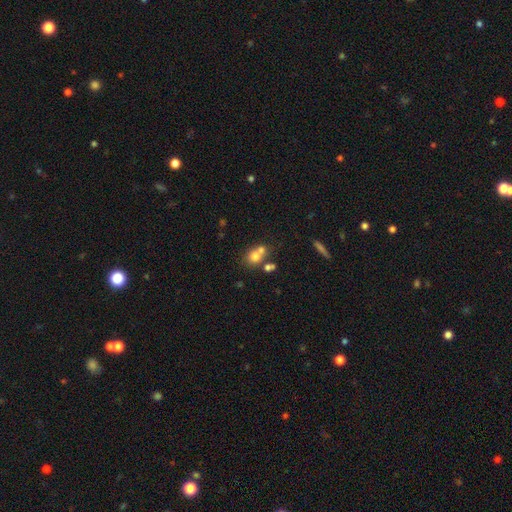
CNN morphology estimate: smooth 71%, featured or disk 16%, star or artifact 13%. Down the decision tree: how rounded — round (72%); merging — merger (46%).